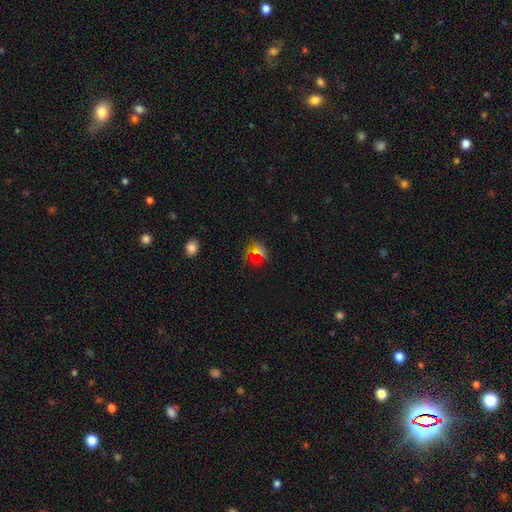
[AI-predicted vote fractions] This appears to be a smooth galaxy with no disk features (54%) that is round (85%). Merging: none (78%).